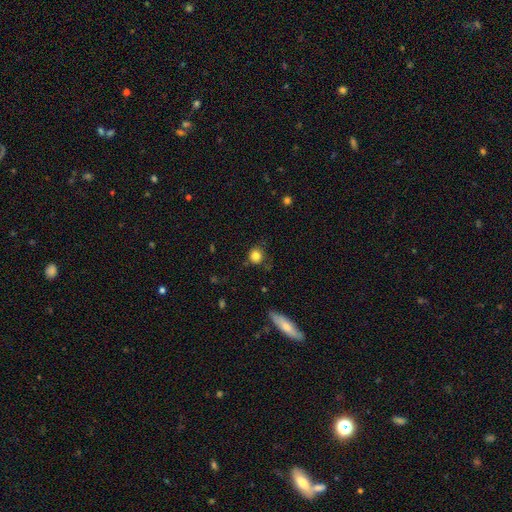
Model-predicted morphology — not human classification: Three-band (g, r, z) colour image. It shows a smooth galaxy with no disk features (83%) that is round (84%). Merging: none (71%).